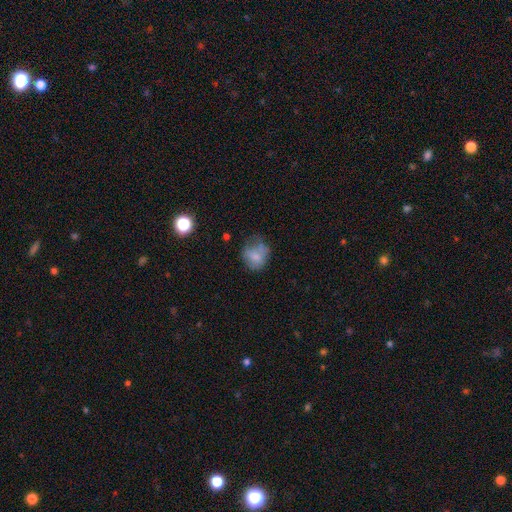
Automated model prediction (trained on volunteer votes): smooth 68%, featured or disk 21%, star or artifact 11%. Down the decision tree: how rounded — round (62%); merging — none (40%).